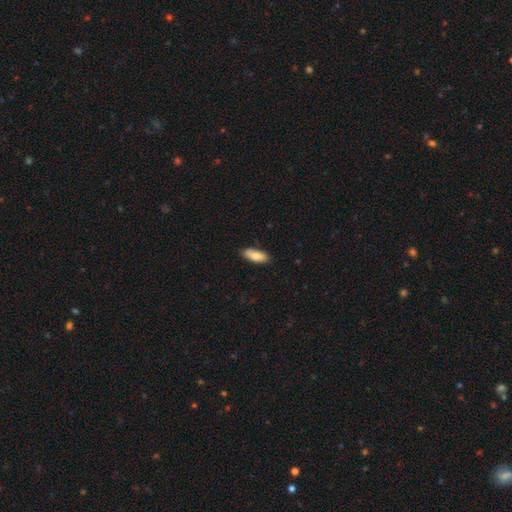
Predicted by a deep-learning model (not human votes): Q: Smooth or featured?
A: smooth (83%); runner-up: featured or disk (11%)
Q: How rounded?
A: in between (72%); runner-up: cigar-shaped (26%)
Q: Merging?
A: none (85%); runner-up: minor disturbance (12%)